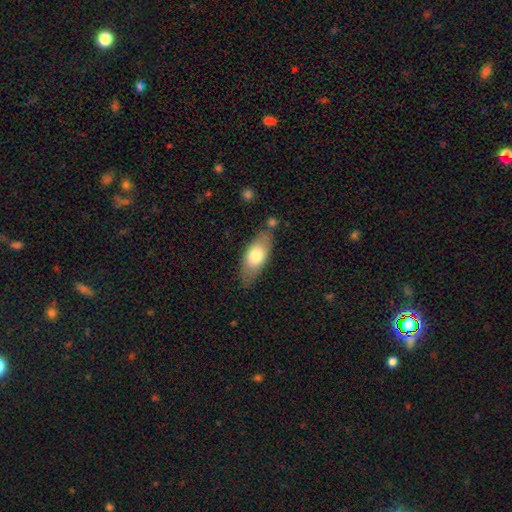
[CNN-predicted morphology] A smooth galaxy with no disk features (70%) that is in between round and cigar-shaped (82%). Merging: none (72%).